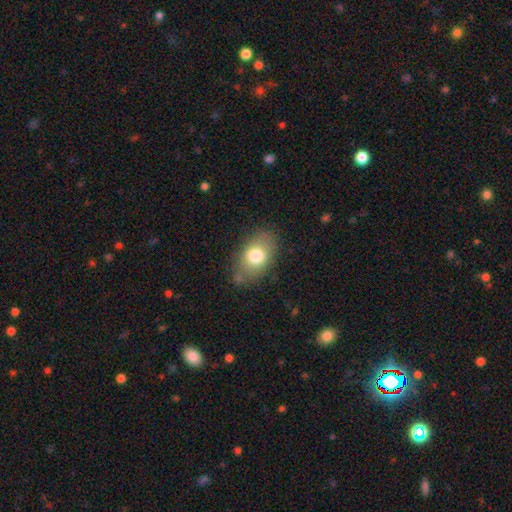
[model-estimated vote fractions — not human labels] Q: Smooth or featured?
A: smooth (75%); runner-up: featured or disk (17%)
Q: How rounded?
A: in between (84%); runner-up: round (14%)
Q: Merging?
A: none (76%); runner-up: minor disturbance (16%)